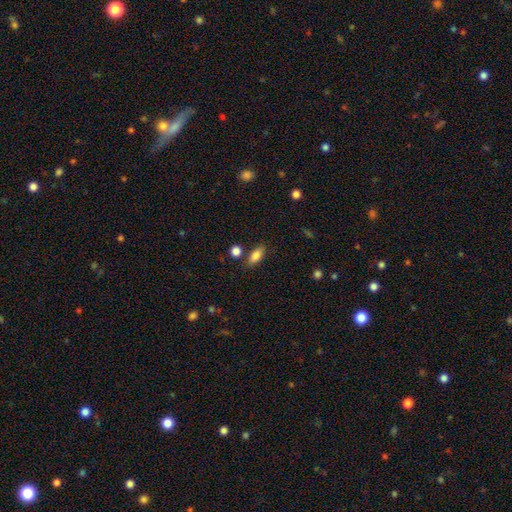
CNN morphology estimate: Smooth or featured? smooth (84%)
How rounded? in between (83%)
Merging? none (79%)